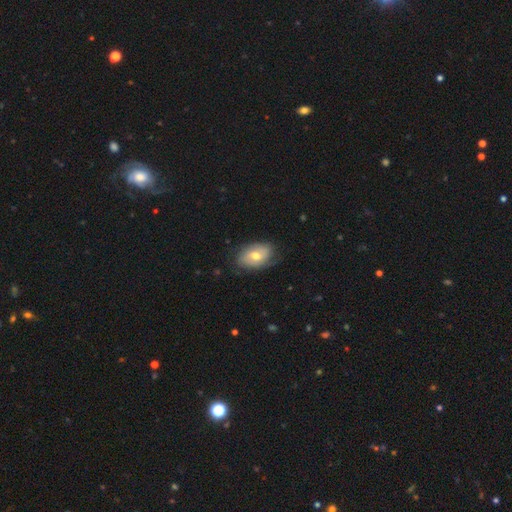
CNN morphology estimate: Q: Smooth or featured?
A: smooth (55%); runner-up: featured or disk (38%)
Q: How rounded?
A: in between (87%); runner-up: round (12%)
Q: Merging?
A: none (70%); runner-up: minor disturbance (23%)